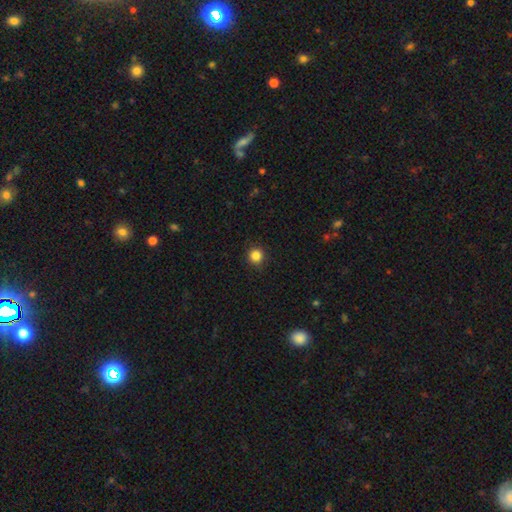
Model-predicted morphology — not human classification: This is clearly a smooth galaxy (86%). How rounded: clearly round (94%). Merging: clearly none (91%).